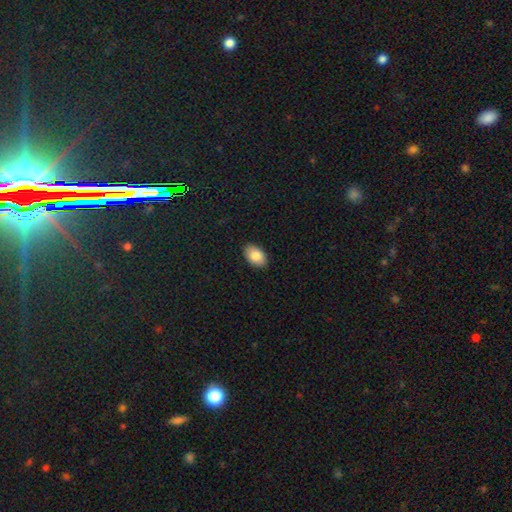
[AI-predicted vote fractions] Morphology: type=smooth (84%); roundness=in between (91%); merging=none (89%).